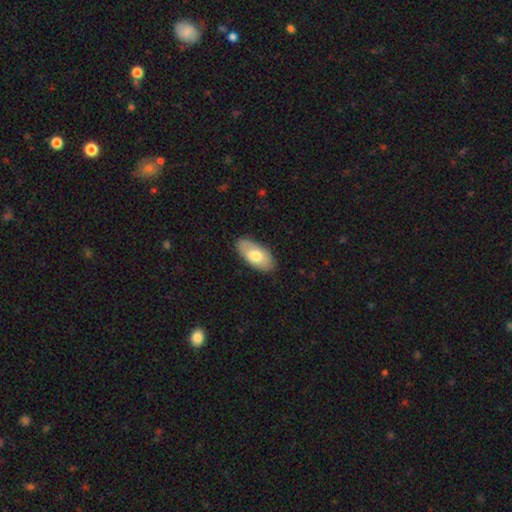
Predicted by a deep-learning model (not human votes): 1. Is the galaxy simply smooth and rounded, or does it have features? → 69% smooth, 26% featured or disk, 5% star or artifact.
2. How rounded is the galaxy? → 93% in between, 5% cigar-shaped, 3% round.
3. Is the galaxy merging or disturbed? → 83% none, 13% minor disturbance, 3% major disturbance, 1% merger.